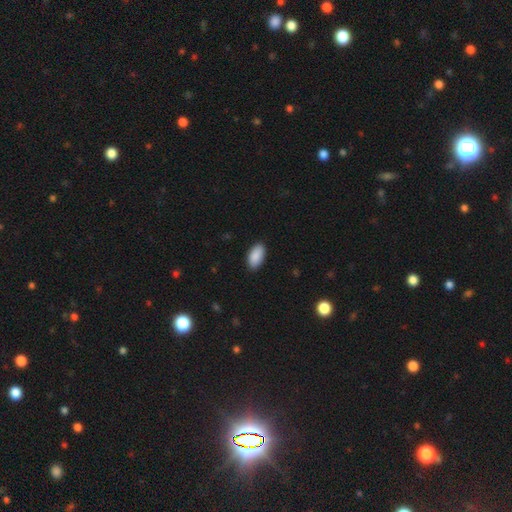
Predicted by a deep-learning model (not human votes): Overall: smooth (90%). How rounded: in between (95%). Merging: none (89%).